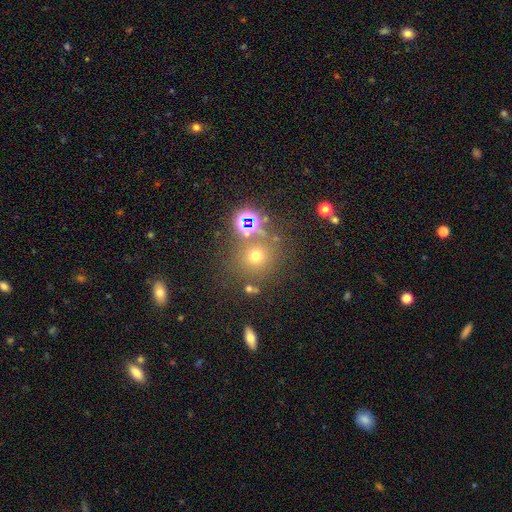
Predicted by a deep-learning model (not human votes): A smooth galaxy with no disk features (61%) that is round (90%). Merging: none (73%).